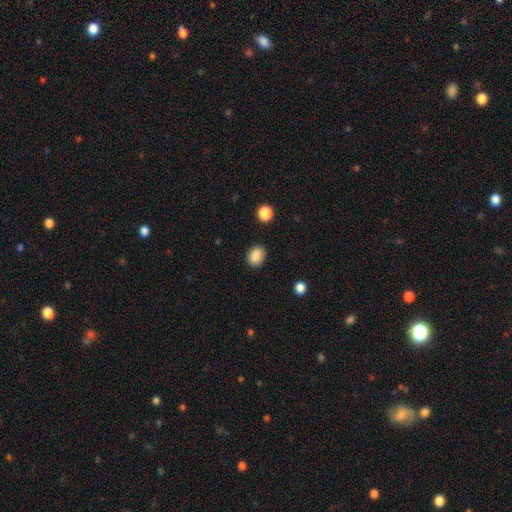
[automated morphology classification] Smooth or featured? Predicted: smooth (p=0.87). How rounded? Predicted: in between (p=0.52). Merging? Predicted: none (p=0.88).